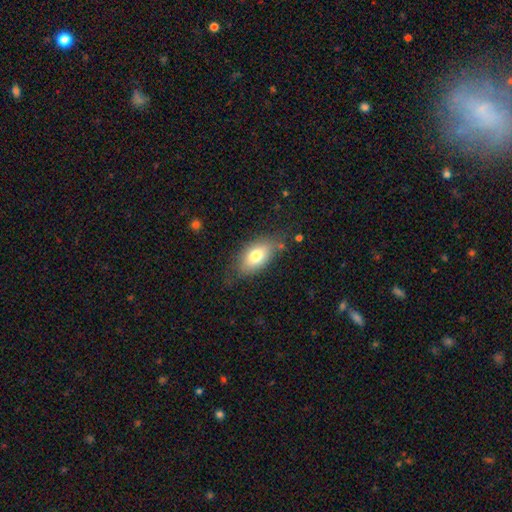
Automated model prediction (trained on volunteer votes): A smooth galaxy with no disk features (75%) that is in between round and cigar-shaped (89%). Merging: none (71%).